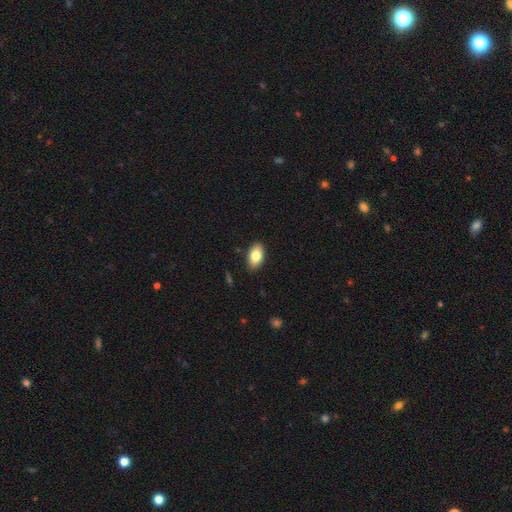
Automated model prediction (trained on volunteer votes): Smooth or featured: smooth — 81% (featured or disk — 12%)
How rounded: in between — 92% (round — 6%)
Merging: none — 89% (minor disturbance — 8%)